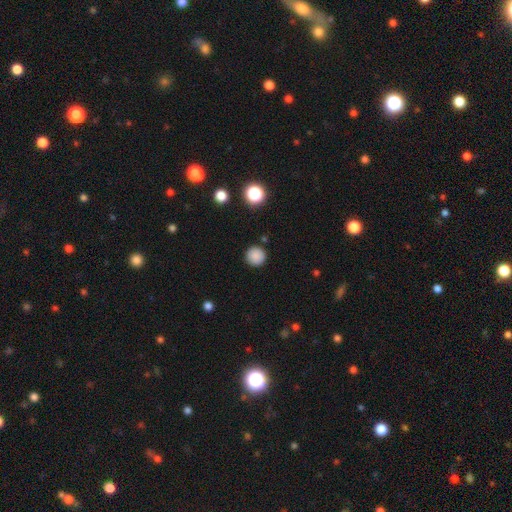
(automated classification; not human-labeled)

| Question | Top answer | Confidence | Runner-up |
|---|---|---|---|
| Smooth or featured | smooth | 86% | star or artifact (11%) |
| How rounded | round | 95% | in between (4%) |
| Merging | none | 89% | minor disturbance (7%) |